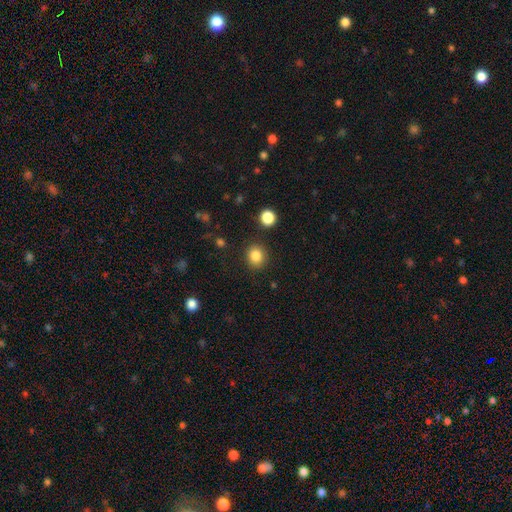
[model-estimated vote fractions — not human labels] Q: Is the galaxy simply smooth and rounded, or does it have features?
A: smooth — 85%.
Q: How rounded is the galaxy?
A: round — 77%.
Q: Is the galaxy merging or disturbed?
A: none — 87%.